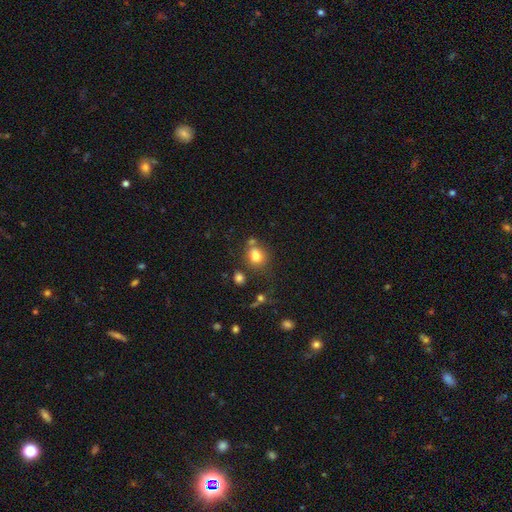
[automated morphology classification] Smooth or featured?
  - smooth: 80% *
  - star or artifact: 12%
  - featured or disk: 8%
How rounded?
  - round: 61% *
  - in between: 38%
  - cigar-shaped: 1%
Merging?
  - none: 62% *
  - merger: 16%
  - minor disturbance: 16%
  - major disturbance: 6%